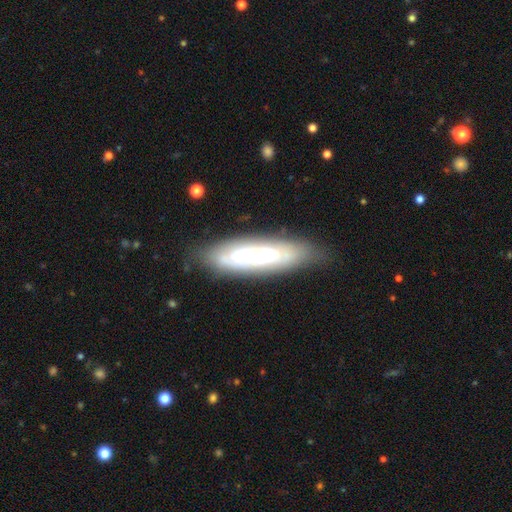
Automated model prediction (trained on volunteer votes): Q: Smooth or featured?
A: featured or disk (53%); runner-up: smooth (40%)
Q: Edge-on disk?
A: no (66%); runner-up: yes (34%)
Q: Merging?
A: none (78%); runner-up: minor disturbance (16%)